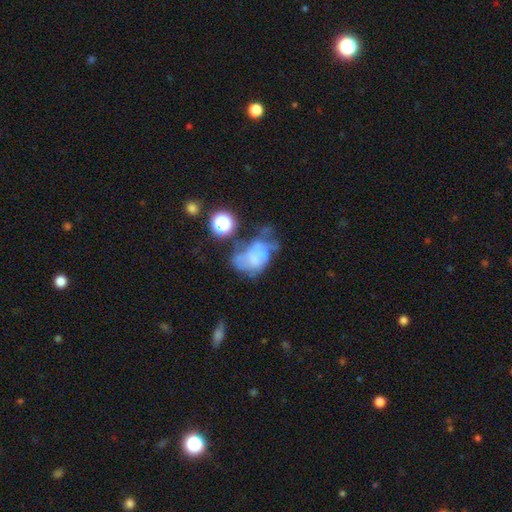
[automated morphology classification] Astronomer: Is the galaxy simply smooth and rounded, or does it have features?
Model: featured or disk — 47% (runner-up: smooth, 38%).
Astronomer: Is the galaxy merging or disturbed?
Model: major disturbance — 35% (runner-up: minor disturbance, 22%).